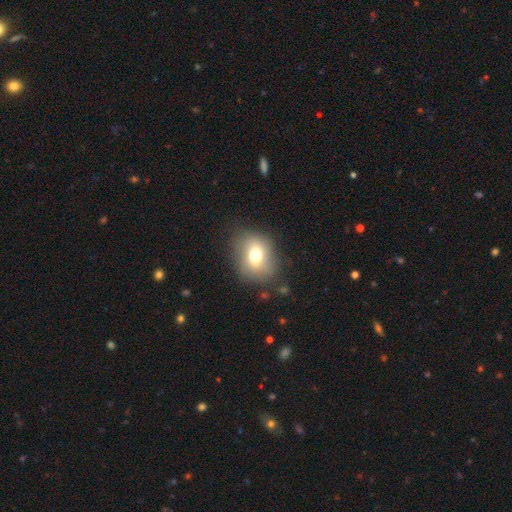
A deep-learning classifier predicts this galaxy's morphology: A smooth galaxy with no disk features (68%) that is round (55%).

Vote fractions:
- Smooth or featured? smooth: 68% / featured or disk: 20% / star or artifact: 12%
- How rounded? round: 55% / in between: 44% / cigar-shaped: 1%
- Merging? none: 76% / minor disturbance: 16% / major disturbance: 6% / merger: 2%